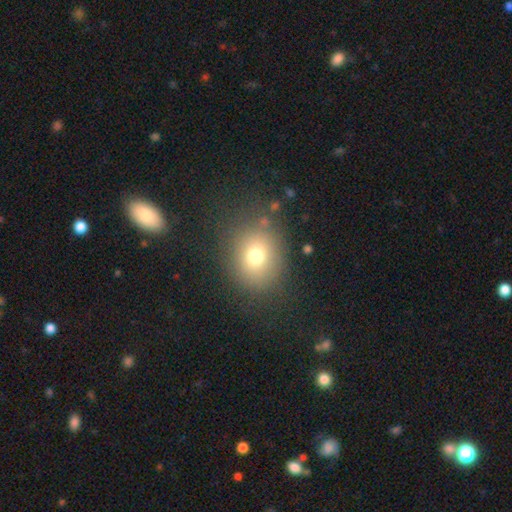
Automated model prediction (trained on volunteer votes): Smooth or featured: smooth — 73% (star or artifact — 15%)
How rounded: round — 67% (in between — 32%)
Merging: none — 81% (minor disturbance — 11%)